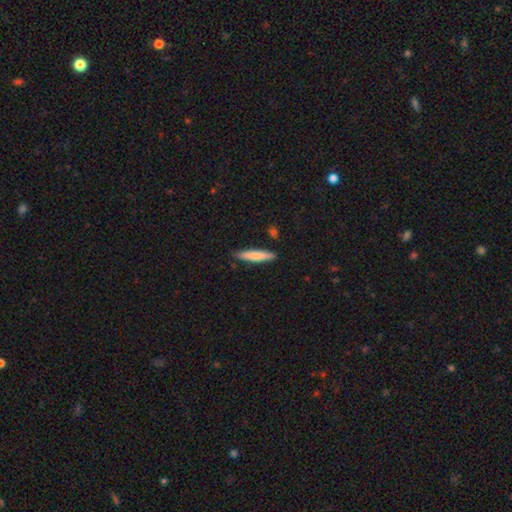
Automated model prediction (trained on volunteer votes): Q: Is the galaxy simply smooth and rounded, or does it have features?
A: smooth — 79%.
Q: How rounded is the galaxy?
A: cigar-shaped — 88%.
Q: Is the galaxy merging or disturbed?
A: none — 86%.